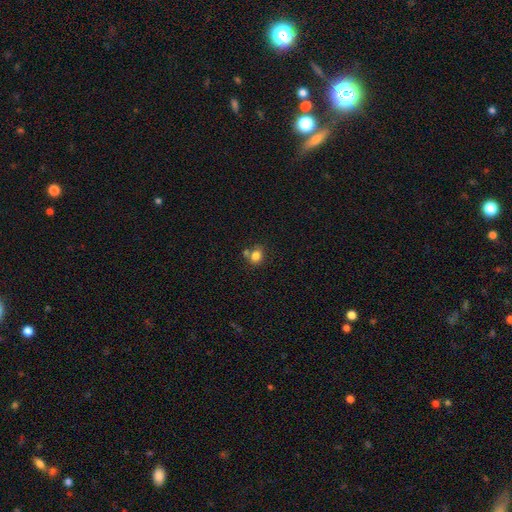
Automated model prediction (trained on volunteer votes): Smooth or featured? smooth (81%)
How rounded? round (60%)
Merging? none (59%)